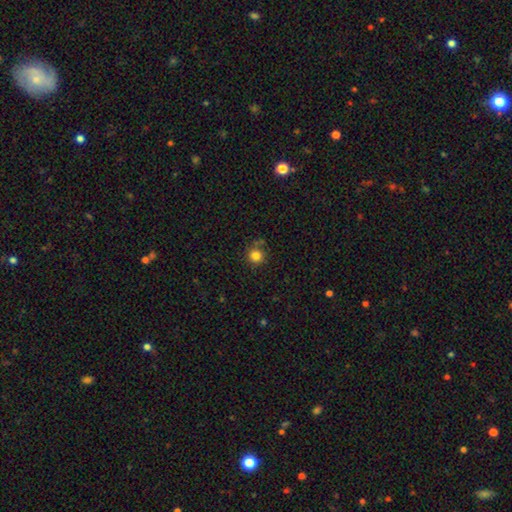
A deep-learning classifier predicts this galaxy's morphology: Smooth or featured? Predicted: smooth (p=0.82). How rounded? Predicted: round (p=0.94). Merging? Predicted: none (p=0.79).